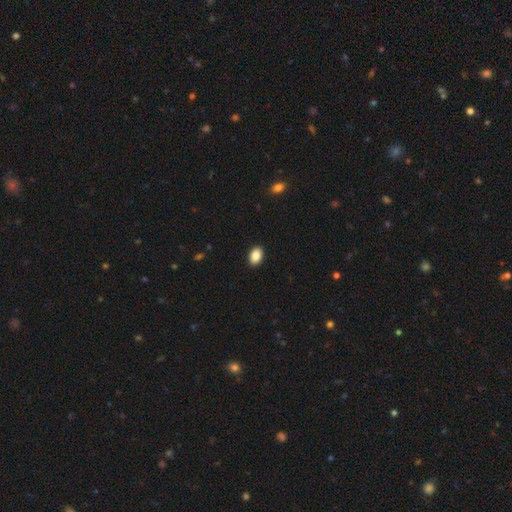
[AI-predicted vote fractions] Smooth or featured? smooth (89%)
How rounded? in between (85%)
Merging? none (91%)